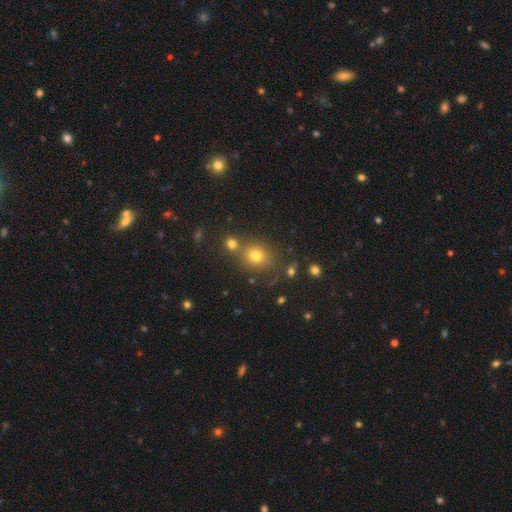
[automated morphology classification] The model was most divided on "how rounded": round: 70%, in between: 29%, cigar-shaped: 1%. More confident: smooth or featured — smooth (71%); merging — none (67%).